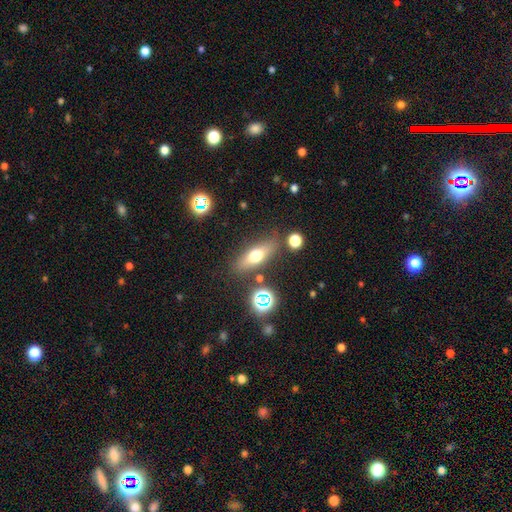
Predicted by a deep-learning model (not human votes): Smooth or featured: smooth — 57% (featured or disk — 32%)
How rounded: in between — 55% (cigar-shaped — 38%)
Merging: none — 79% (minor disturbance — 12%)